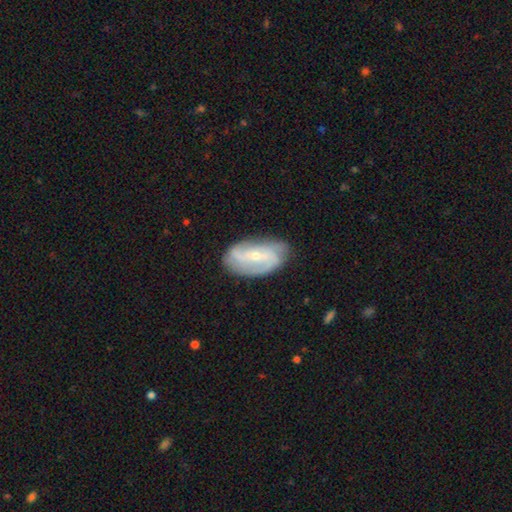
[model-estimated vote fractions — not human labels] Morphology: type=featured or disk (81%); edge-on=no (95%); bar=weak (38%); spiral arms=yes (92%); winding=medium (40%); arm count=2 (52%); bulge=small (69%); merging=none (74%).